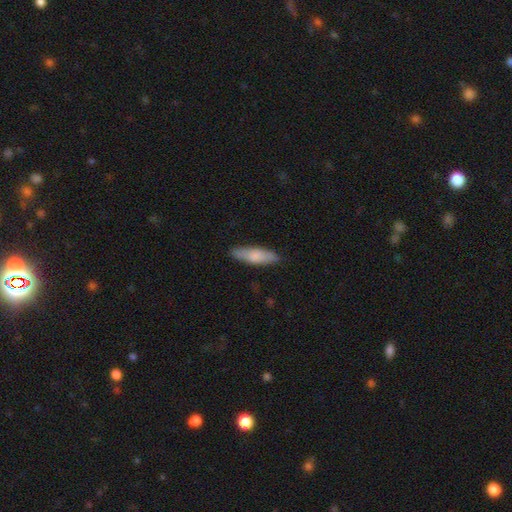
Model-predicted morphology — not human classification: smooth_or_featured: smooth (p=0.76) [alt: featured or disk p=0.18]
how_rounded: cigar-shaped (p=0.59) [alt: in between p=0.39]
merging: none (p=0.85) [alt: minor disturbance p=0.12]